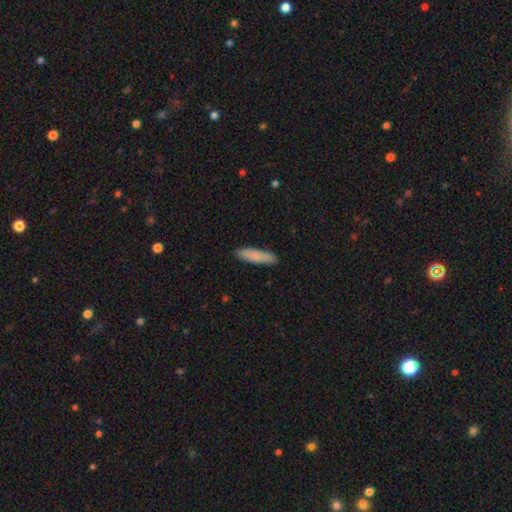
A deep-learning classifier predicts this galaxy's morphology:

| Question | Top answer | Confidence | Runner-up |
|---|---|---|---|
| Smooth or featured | smooth | 83% | featured or disk (11%) |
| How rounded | cigar-shaped | 72% | in between (27%) |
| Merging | none | 89% | minor disturbance (8%) |